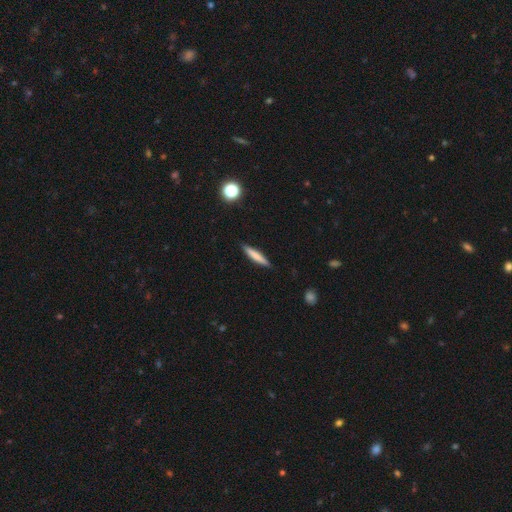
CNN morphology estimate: Smooth or featured?
  - smooth: 68% *
  - featured or disk: 26%
  - star or artifact: 6%
How rounded?
  - cigar-shaped: 92% *
  - in between: 6%
  - round: 1%
Merging?
  - none: 89% *
  - minor disturbance: 8%
  - major disturbance: 2%
  - merger: 1%